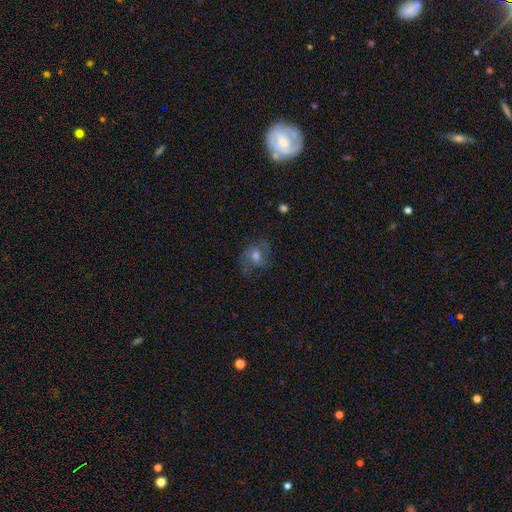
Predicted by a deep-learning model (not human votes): A featured or disk galaxy (60%) with no bar (48%), spiral arms (86%) and a moderate central bulge (61%).

Vote fractions:
- Smooth or featured? featured or disk: 60% / smooth: 27% / star or artifact: 14%
- Edge-on disk? no: 96% / yes: 4%
- Bar? no: 48% / weak: 42% / strong: 10%
- Spiral arms? yes: 86% / no: 14%
- Bulge size? moderate: 61% / small: 21% / large: 12% / none: 3% / dominant: 2%
- Merging? none: 66% / minor disturbance: 19% / major disturbance: 13% / merger: 1%